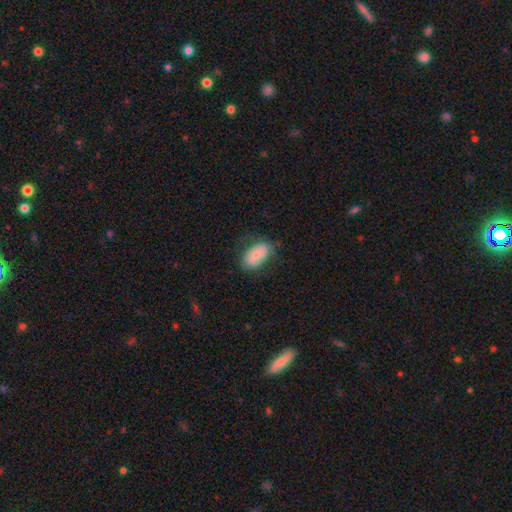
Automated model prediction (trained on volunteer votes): Smooth or featured?
  - smooth: 64% *
  - featured or disk: 29%
  - star or artifact: 7%
How rounded?
  - in between: 92% *
  - round: 7%
  - cigar-shaped: 2%
Merging?
  - none: 62% *
  - minor disturbance: 25%
  - major disturbance: 12%
  - merger: 1%